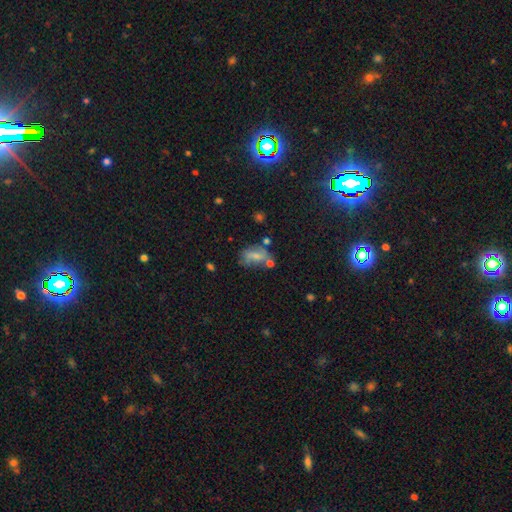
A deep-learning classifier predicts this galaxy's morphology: This is possibly a smooth galaxy (56%). How rounded: clearly in between (83%). Merging: marginally none (41%).